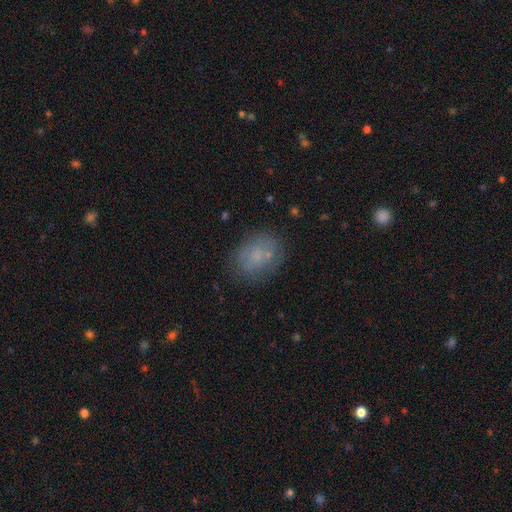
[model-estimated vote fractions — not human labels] Q: Smooth or featured?
A: smooth (69%); runner-up: featured or disk (19%)
Q: How rounded?
A: in between (53%); runner-up: round (46%)
Q: Merging?
A: none (70%); runner-up: minor disturbance (17%)